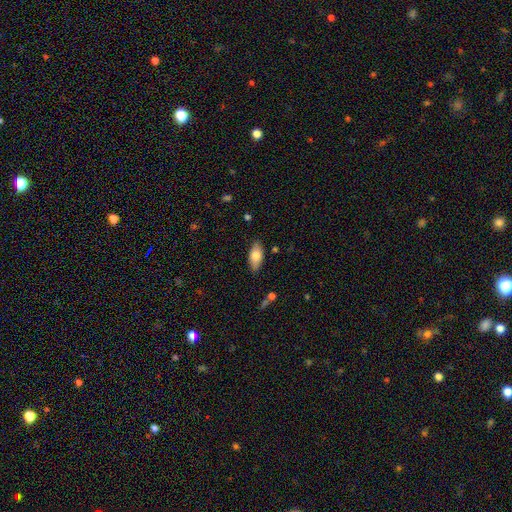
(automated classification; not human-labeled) Overall: smooth (76%). How rounded: in between (88%). Merging: none (84%).